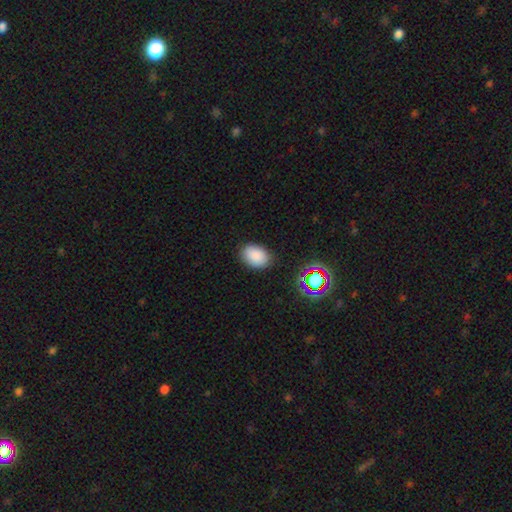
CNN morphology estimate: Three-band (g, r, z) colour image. It shows a smooth galaxy with no disk features (86%) that is in between round and cigar-shaped (79%). Merging: none (85%).